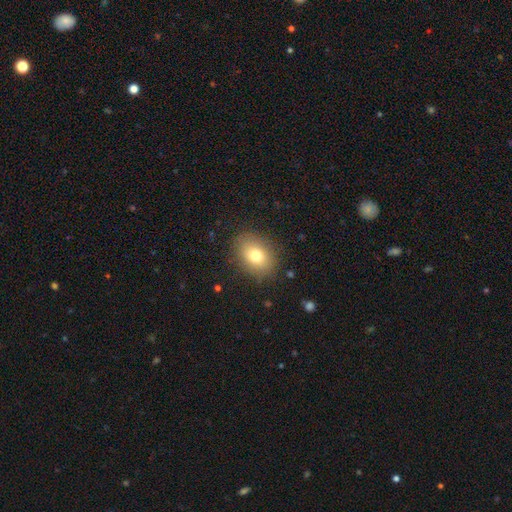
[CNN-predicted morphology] type=smooth (76%); roundness=in between (67%); merging=none (86%).